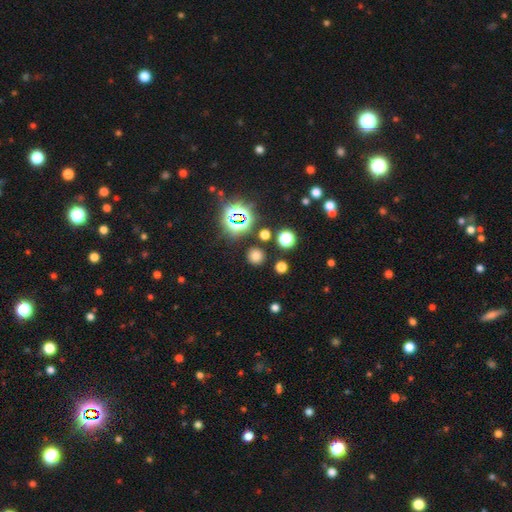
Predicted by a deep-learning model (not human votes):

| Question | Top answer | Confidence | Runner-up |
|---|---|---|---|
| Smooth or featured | smooth | 66% | star or artifact (28%) |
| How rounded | round | 91% | in between (7%) |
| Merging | none | 87% | minor disturbance (7%) |